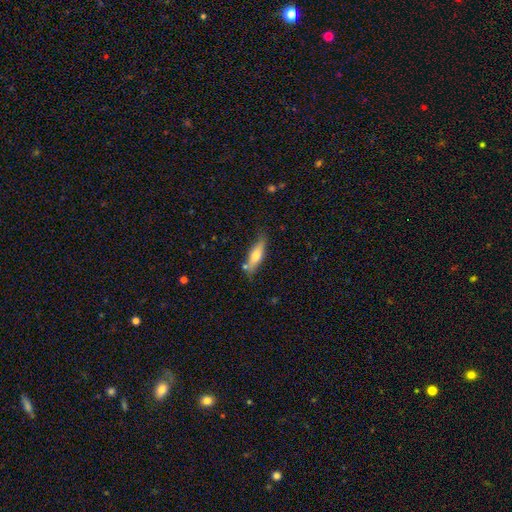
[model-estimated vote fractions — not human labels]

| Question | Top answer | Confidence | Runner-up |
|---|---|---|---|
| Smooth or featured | smooth | 64% | featured or disk (30%) |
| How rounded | cigar-shaped | 54% | in between (44%) |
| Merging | none | 69% | minor disturbance (19%) |